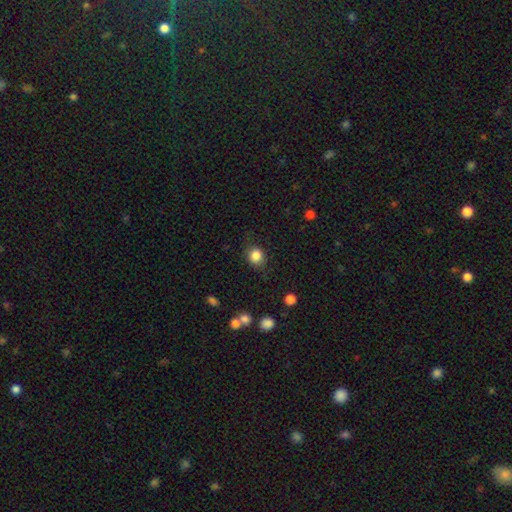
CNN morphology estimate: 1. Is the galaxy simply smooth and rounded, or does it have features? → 84% smooth, 10% star or artifact, 6% featured or disk.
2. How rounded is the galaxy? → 73% round, 26% in between, 1% cigar-shaped.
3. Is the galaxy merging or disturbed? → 77% none, 16% minor disturbance, 5% major disturbance, 2% merger.